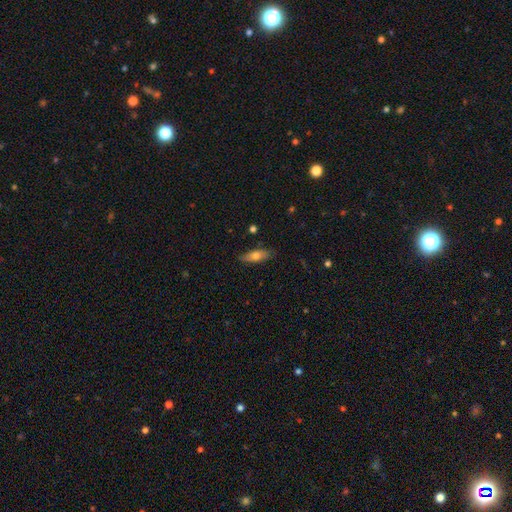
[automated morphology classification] This is likely a smooth galaxy (65%). How rounded: possibly in between (56%). Merging: clearly none (83%).